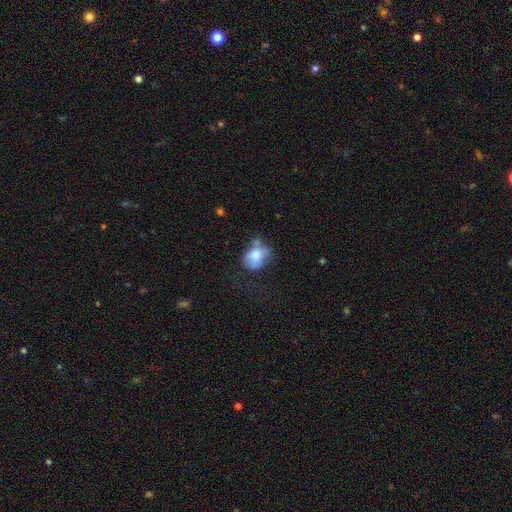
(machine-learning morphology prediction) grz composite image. It shows a smooth galaxy with no disk features (74%) that is in between round and cigar-shaped (58%). Merging: none (32%).